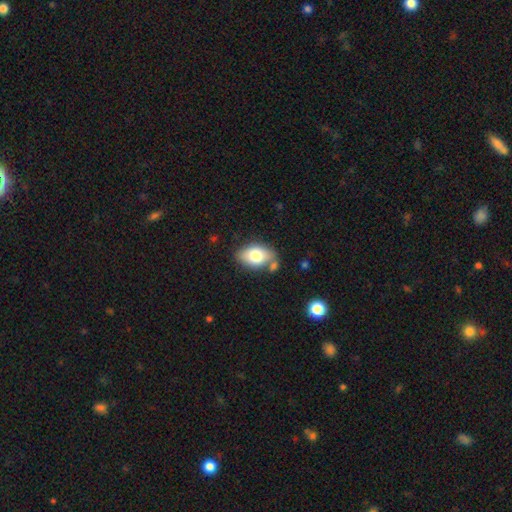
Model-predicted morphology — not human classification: smooth 76%, featured or disk 17%, star or artifact 7%. Down the decision tree: how rounded — in between (88%); merging — none (65%).